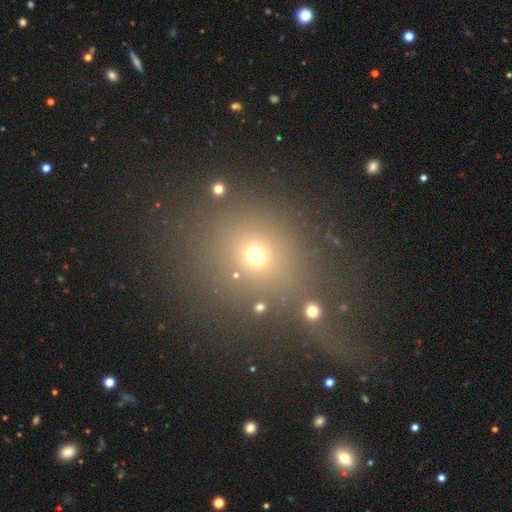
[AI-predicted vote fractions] A smooth galaxy with no disk features (66%) that is round (79%). Merging: none (77%).